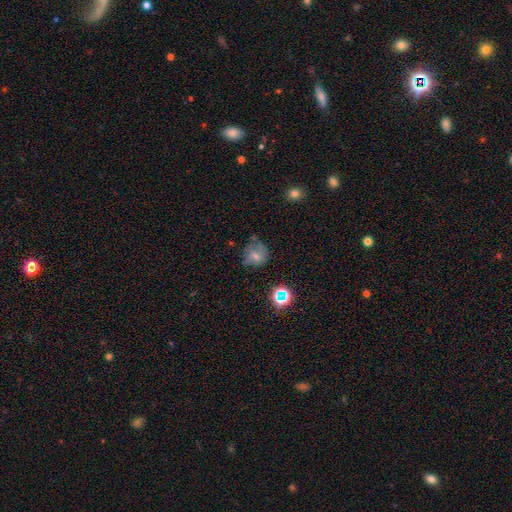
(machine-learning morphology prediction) Smooth or featured: smooth — 55% (featured or disk — 27%)
How rounded: round — 75% (in between — 24%)
Merging: none — 50% (minor disturbance — 31%)